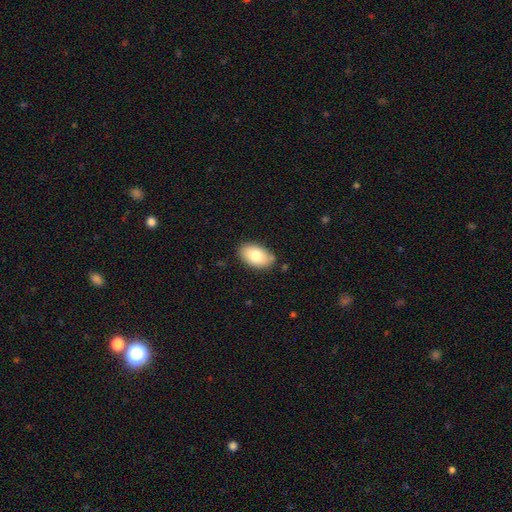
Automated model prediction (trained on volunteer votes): This appears to be a smooth galaxy with no disk features (78%) that is in between round and cigar-shaped (92%). Merging: none (82%).